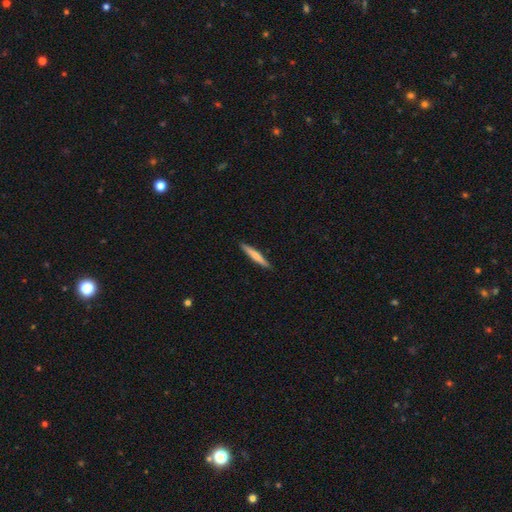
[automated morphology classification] Smooth or featured? smooth (59%)
How rounded? cigar-shaped (93%)
Merging? none (91%)